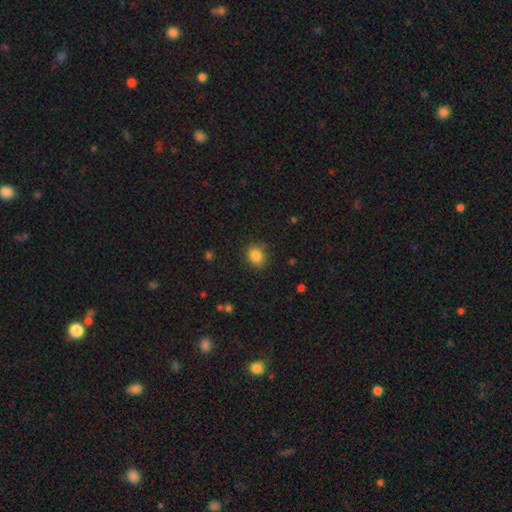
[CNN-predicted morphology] smooth-or-featured: smooth: 86% | star or artifact: 10% | featured or disk: 5%
  how-rounded: round: 57% | in between: 42% | cigar-shaped: 1%
  merging: none: 84% | minor disturbance: 12% | major disturbance: 3% | merger: 1%